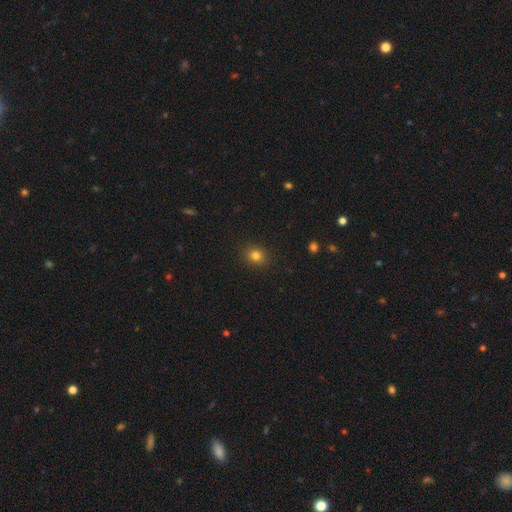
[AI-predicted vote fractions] The model was most divided on "how rounded": round: 73%, in between: 26%, cigar-shaped: 1%. More confident: merging — none (90%); smooth or featured — smooth (80%).